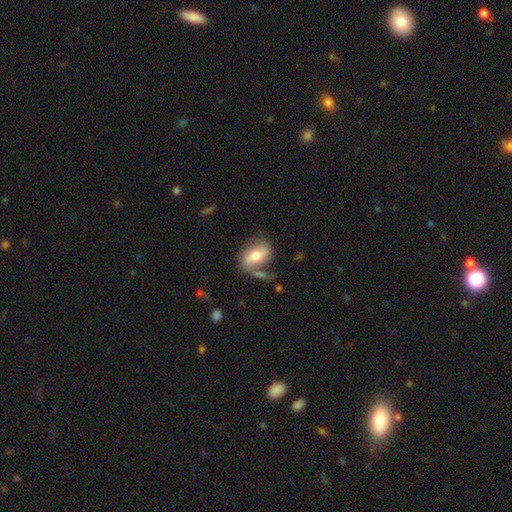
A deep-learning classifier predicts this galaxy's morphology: Smooth or featured?
  - featured or disk: 47% *
  - smooth: 46%
  - star or artifact: 7%
Merging?
  - none: 56% *
  - minor disturbance: 21%
  - major disturbance: 12%
  - merger: 11%